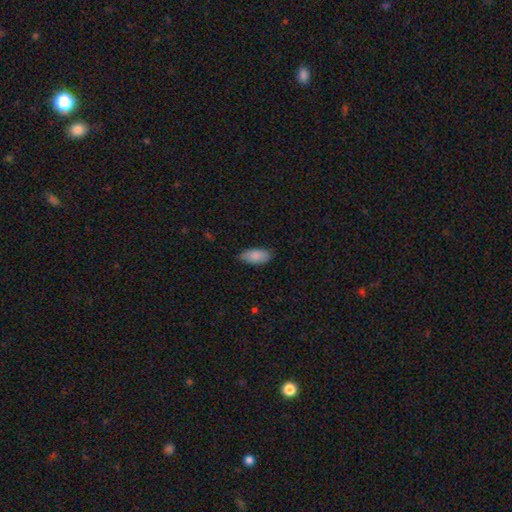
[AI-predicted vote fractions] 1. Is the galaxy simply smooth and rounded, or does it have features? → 88% smooth, 6% star or artifact, 6% featured or disk.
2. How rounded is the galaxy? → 91% in between, 7% cigar-shaped, 2% round.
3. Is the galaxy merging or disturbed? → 79% none, 17% minor disturbance, 3% major disturbance, 1% merger.